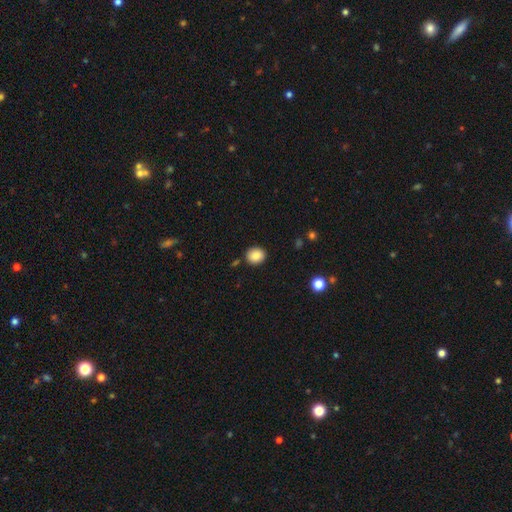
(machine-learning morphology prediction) This is clearly a smooth galaxy (87%). How rounded: likely round (70%). Merging: clearly none (87%).